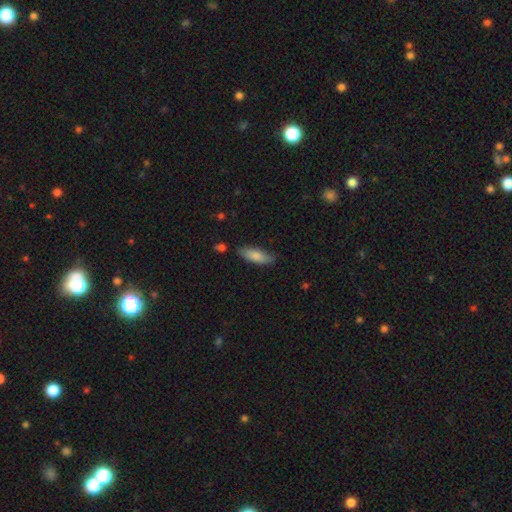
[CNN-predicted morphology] Smooth or featured?
  - smooth: 82% *
  - featured or disk: 12%
  - star or artifact: 6%
How rounded?
  - in between: 62% *
  - cigar-shaped: 37%
  - round: 2%
Merging?
  - none: 76% *
  - minor disturbance: 19%
  - major disturbance: 3%
  - merger: 3%